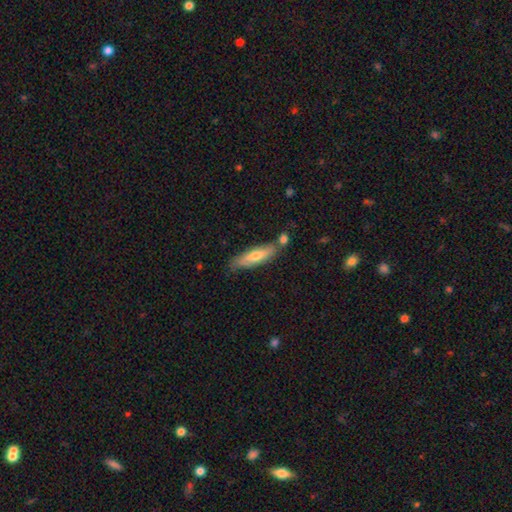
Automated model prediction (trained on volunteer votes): The model was most divided on "smooth or featured": smooth: 55%, featured or disk: 39%, star or artifact: 6%. More confident: how rounded — cigar-shaped (70%); merging — none (69%).